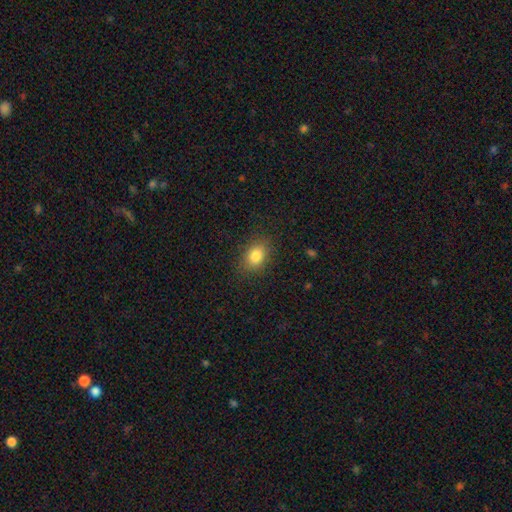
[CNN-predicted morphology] Smooth or featured? Predicted: smooth (p=0.83). How rounded? Predicted: in between (p=0.77). Merging? Predicted: none (p=0.84).